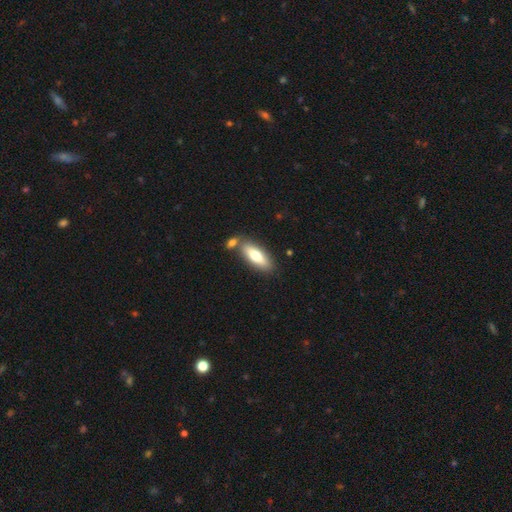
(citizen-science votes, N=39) Smooth or featured? smooth (69%)
How rounded? in between (56%)
Merging? none (83%)